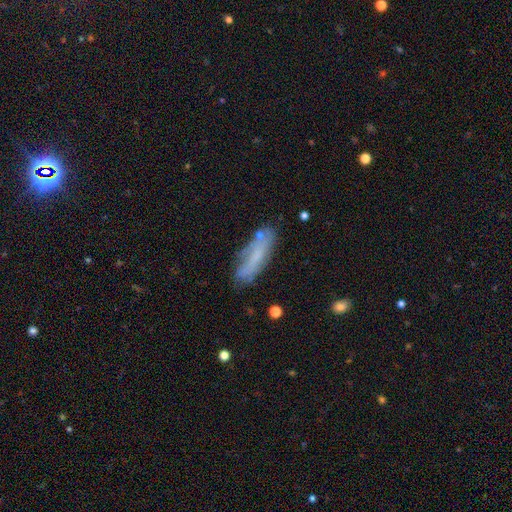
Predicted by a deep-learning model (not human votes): Smooth or featured? Predicted: smooth (p=0.53). How rounded? Predicted: cigar-shaped (p=0.59). Merging? Predicted: none (p=0.68).